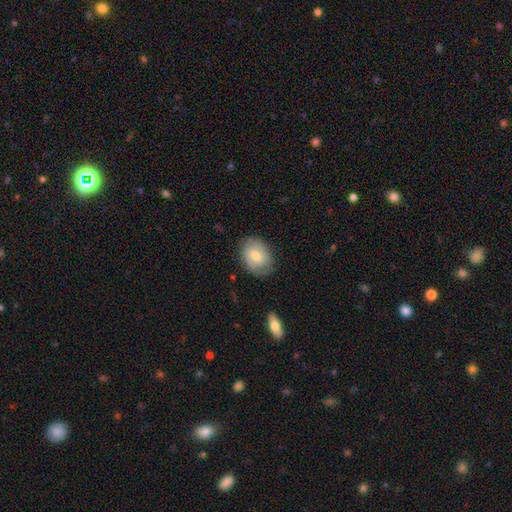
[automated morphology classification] smooth 60%, featured or disk 32%, star or artifact 7%. Down the decision tree: how rounded — in between (64%); merging — none (77%).